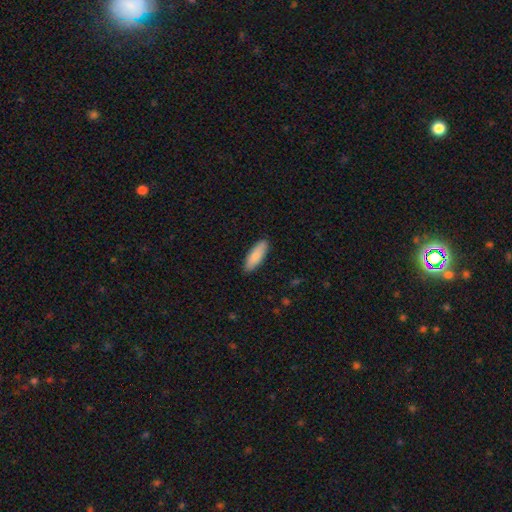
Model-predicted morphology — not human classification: A smooth galaxy with no disk features (87%) that is in between round and cigar-shaped (57%). Merging: none (89%).